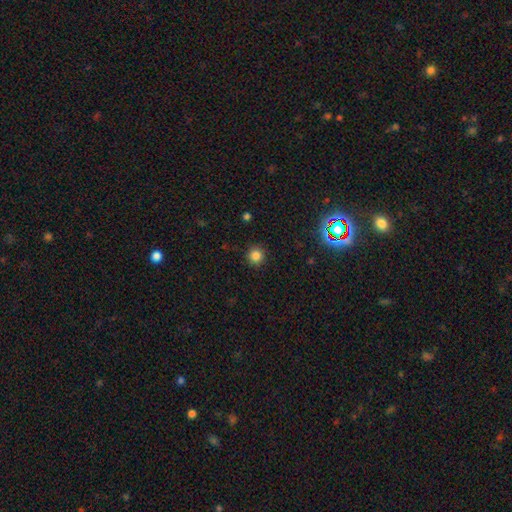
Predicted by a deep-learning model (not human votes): smooth 82%, star or artifact 14%, featured or disk 4%. Down the decision tree: how rounded — round (94%); merging — none (90%).